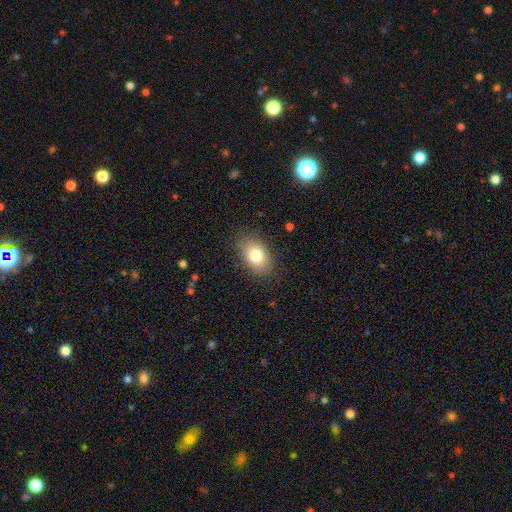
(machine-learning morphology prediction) Smooth or featured? smooth (80%)
How rounded? in between (85%)
Merging? none (84%)